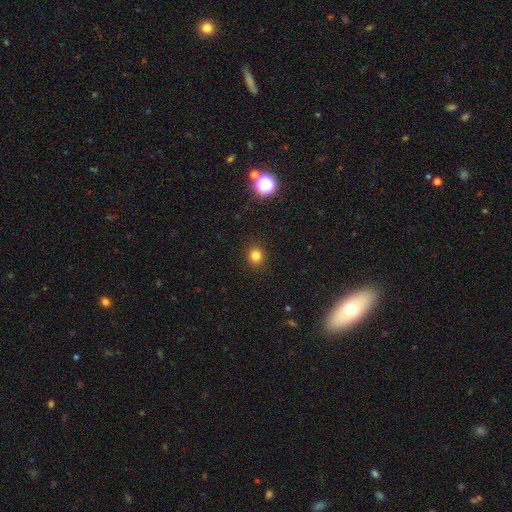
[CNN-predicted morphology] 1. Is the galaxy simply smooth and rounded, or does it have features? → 81% smooth, 14% star or artifact, 5% featured or disk.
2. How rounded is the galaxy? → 86% round, 13% in between, 1% cigar-shaped.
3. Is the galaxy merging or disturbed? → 91% none, 6% minor disturbance, 2% major disturbance, 1% merger.